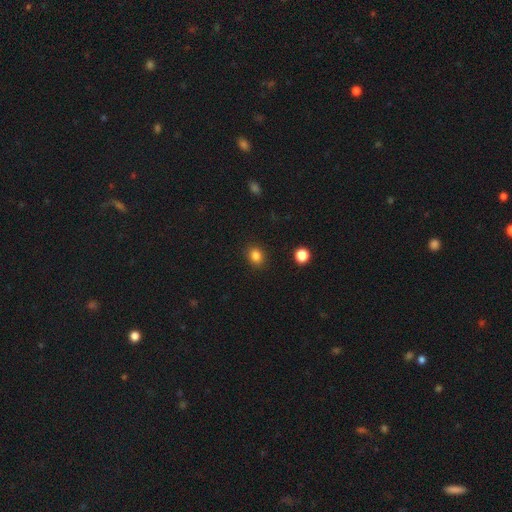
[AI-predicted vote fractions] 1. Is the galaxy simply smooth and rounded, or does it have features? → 84% smooth, 12% star or artifact, 4% featured or disk.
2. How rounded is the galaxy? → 59% round, 40% in between, 1% cigar-shaped.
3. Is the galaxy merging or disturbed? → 89% none, 8% minor disturbance, 2% major disturbance, 1% merger.